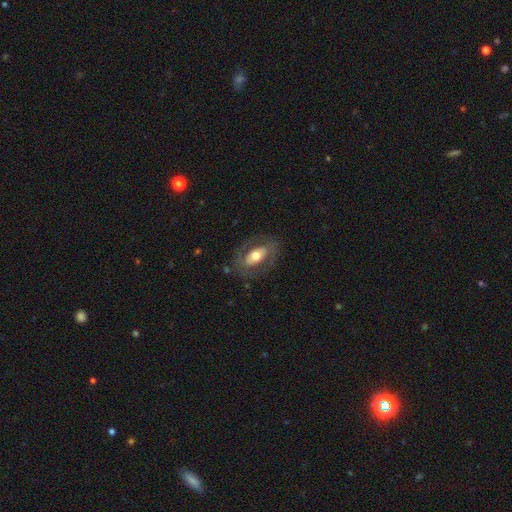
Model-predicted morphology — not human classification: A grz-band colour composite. It shows a featured or disk galaxy (52%). Merging: none (75%).